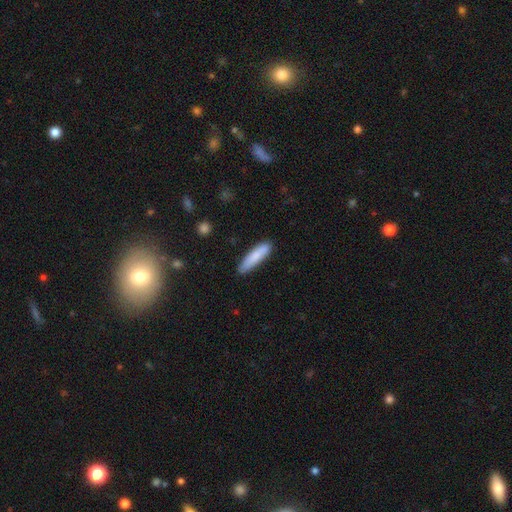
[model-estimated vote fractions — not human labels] smooth 83%, featured or disk 11%, star or artifact 6%. Down the decision tree: how rounded — cigar-shaped (79%); merging — none (84%).